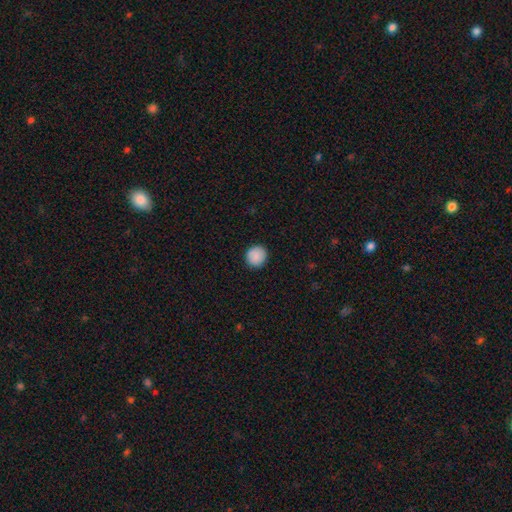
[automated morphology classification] This appears to be a smooth galaxy with no disk features (89%) that is round (92%). Merging: none (91%).